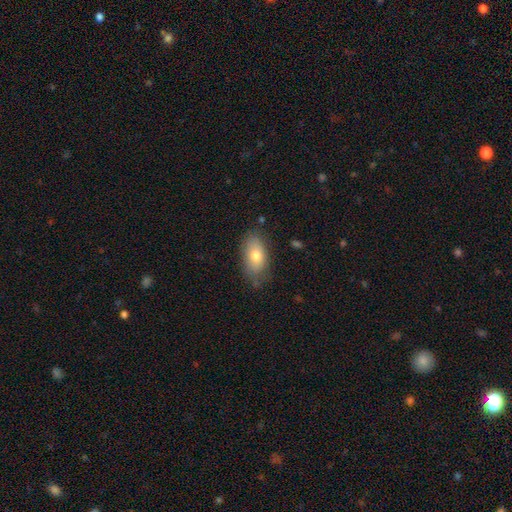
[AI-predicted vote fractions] smooth 75%, featured or disk 17%, star or artifact 7%. Down the decision tree: how rounded — in between (91%); merging — none (71%).